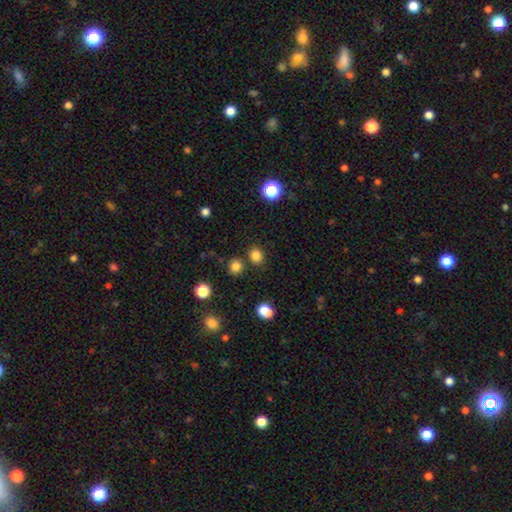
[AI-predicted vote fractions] smooth 81%, star or artifact 15%, featured or disk 4%. Down the decision tree: how rounded — round (72%); merging — none (81%).